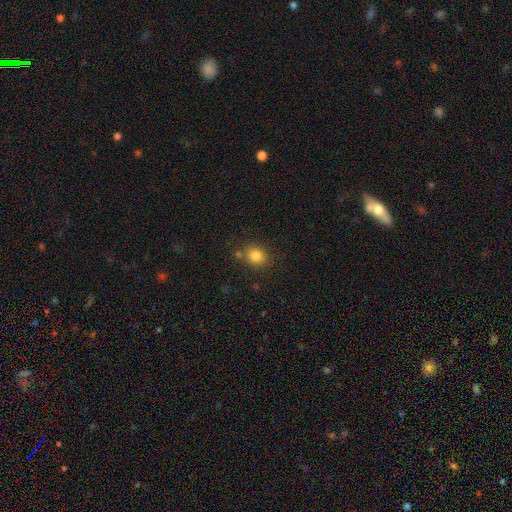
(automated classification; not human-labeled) The model was most divided on "how rounded": round: 70%, in between: 29%, cigar-shaped: 1%. More confident: smooth or featured — smooth (82%); merging — none (76%).